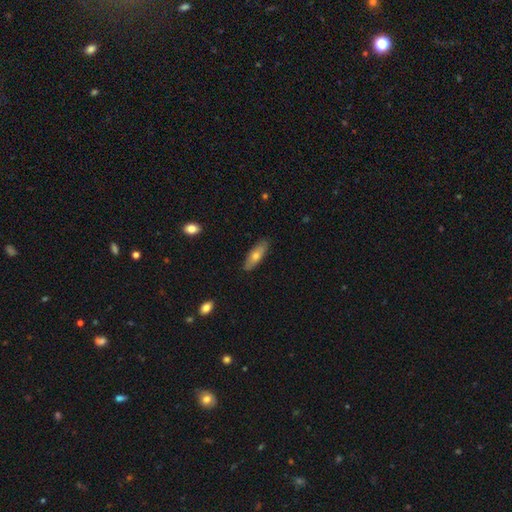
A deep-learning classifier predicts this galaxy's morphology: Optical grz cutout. It shows a smooth galaxy with no disk features (62%) that is in between round and cigar-shaped (55%). Merging: none (86%).